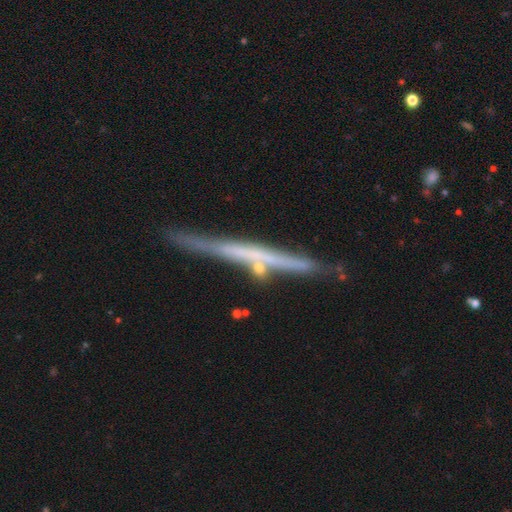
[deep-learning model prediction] smooth_or_featured: featured or disk (p=0.67) [alt: smooth p=0.26]
disk_edge_on: yes (p=0.96) [alt: no p=0.04]
edge_on_bulge: none (p=0.78) [alt: rounded p=0.16]
merging: none (p=0.77) [alt: minor disturbance p=0.13]